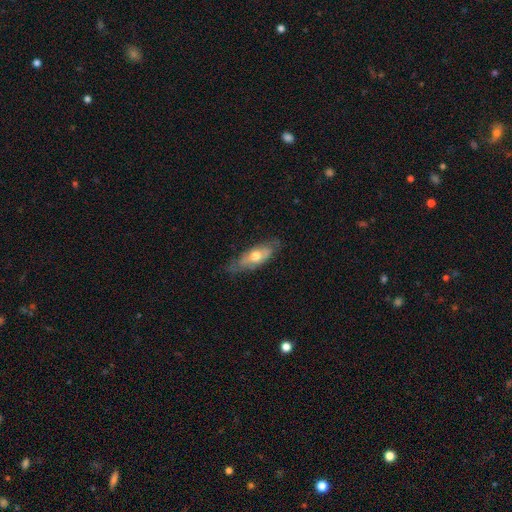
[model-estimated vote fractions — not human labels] featured or disk 50%, smooth 44%, star or artifact 6%. Down the decision tree: merging — none (71%).